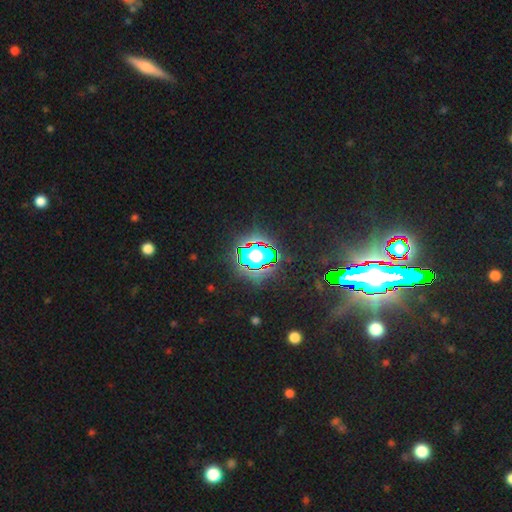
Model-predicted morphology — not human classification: Smooth or featured: star or artifact — 69% (smooth — 20%)